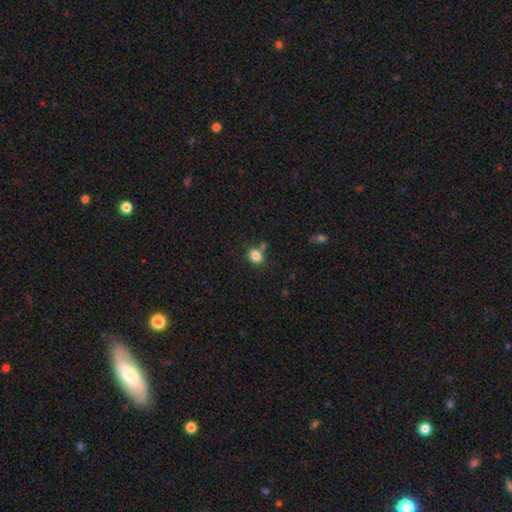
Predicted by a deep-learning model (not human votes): Morphology: type=smooth (84%); roundness=in between (52%); merging=none (73%).